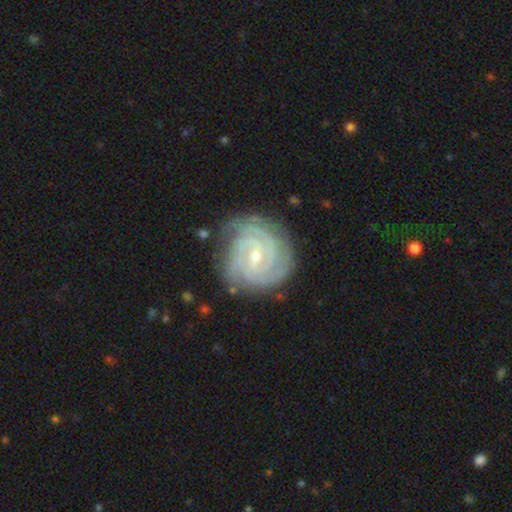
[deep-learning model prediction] smooth-or-featured: featured or disk: 92% | star or artifact: 4% | smooth: 4%
  disk-edge-on: no: 98% | yes: 2%
    bar: weak: 51% | no: 25% | strong: 23%
    has-spiral-arms: yes: 99% | no: 1%
      spiral-winding: tight: 82% | medium: 16% | loose: 2%
      spiral-arm-count: 3: 31% | 4: 27% | 2: 18% | can't tell: 12% | more than 4: 7% | 1: 6%
    bulge-size: small: 70% | moderate: 27% | none: 1% | large: 1% | dominant: 1%
  merging: none: 81% | minor disturbance: 14% | major disturbance: 4% | merger: 1%